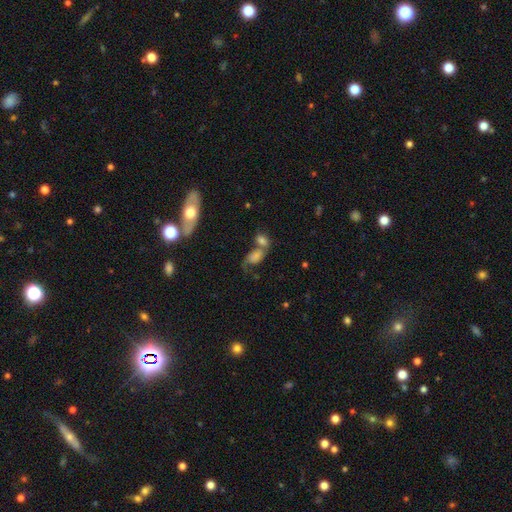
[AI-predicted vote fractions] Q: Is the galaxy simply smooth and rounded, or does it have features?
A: featured or disk — 50%.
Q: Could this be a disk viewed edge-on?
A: no — 88%.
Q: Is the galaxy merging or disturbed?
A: merger — 38%.